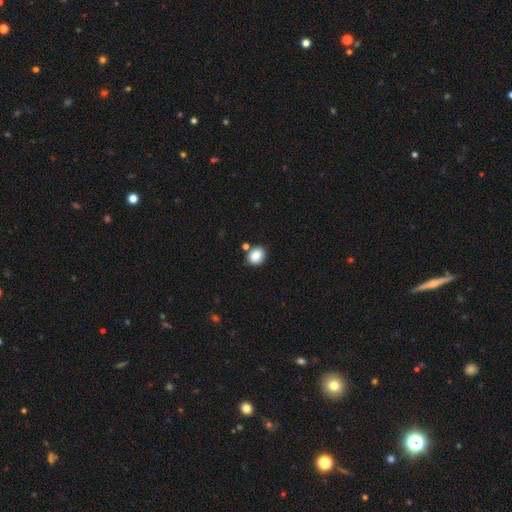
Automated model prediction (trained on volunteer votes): Smooth or featured: smooth — 85% (star or artifact — 9%)
How rounded: round — 57% (in between — 42%)
Merging: none — 76% (minor disturbance — 13%)